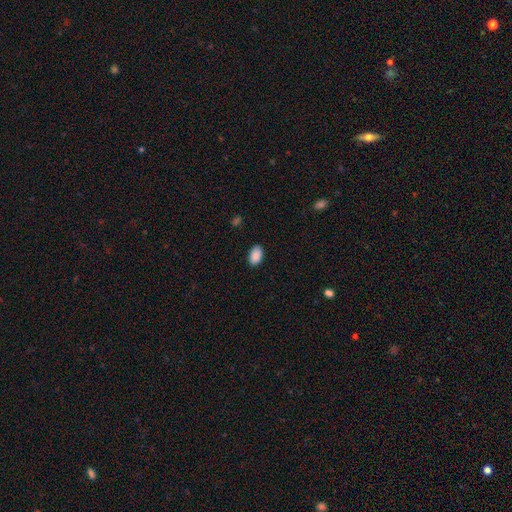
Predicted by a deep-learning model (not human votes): Overall: smooth (89%). How rounded: in between (93%). Merging: none (87%).